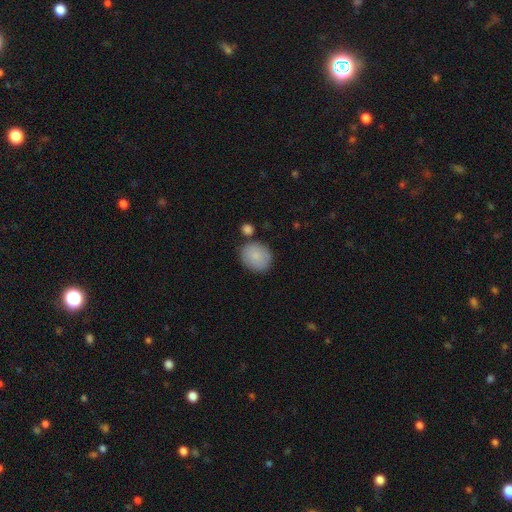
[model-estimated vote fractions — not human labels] A smooth galaxy with no disk features (87%) that is round (66%).

Vote fractions:
- Smooth or featured? smooth: 87% / featured or disk: 7% / star or artifact: 6%
- How rounded? round: 66% / in between: 33% / cigar-shaped: 1%
- Merging? none: 73% / minor disturbance: 14% / merger: 10% / major disturbance: 4%